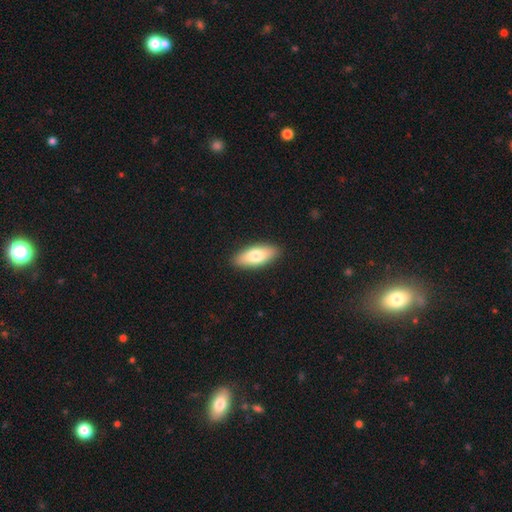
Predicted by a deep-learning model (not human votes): Smooth or featured: smooth — 76% (featured or disk — 19%)
How rounded: in between — 79% (cigar-shaped — 19%)
Merging: none — 90% (minor disturbance — 7%)